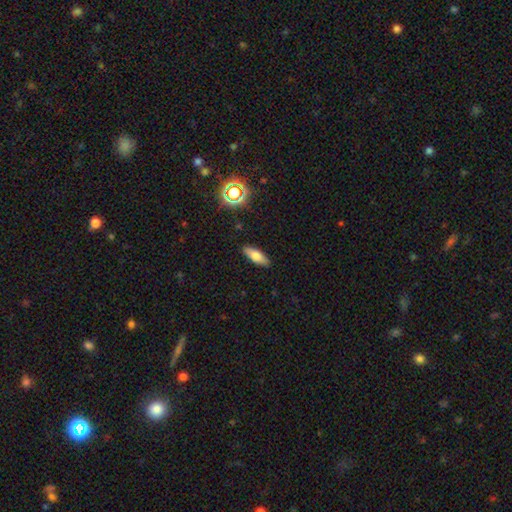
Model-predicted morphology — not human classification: smooth-or-featured: smooth: 73% | featured or disk: 18% | star or artifact: 9%
  how-rounded: in between: 64% | cigar-shaped: 33% | round: 3%
  merging: none: 88% | minor disturbance: 9% | major disturbance: 2% | merger: 1%